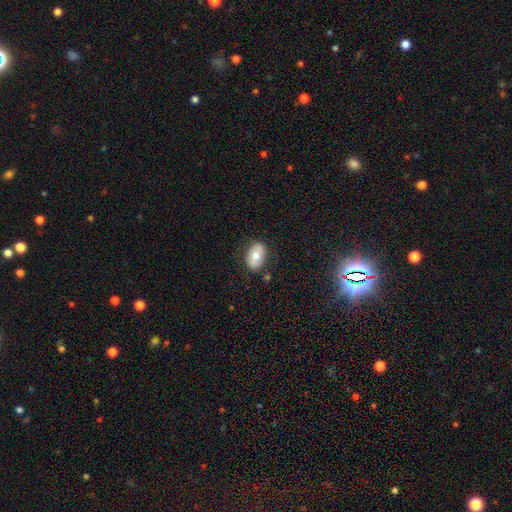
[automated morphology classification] smooth 70%, featured or disk 23%, star or artifact 7%. Down the decision tree: how rounded — in between (89%); merging — none (81%).